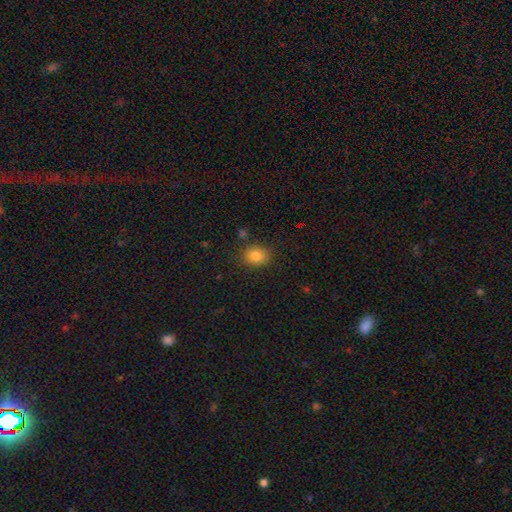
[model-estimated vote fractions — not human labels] A smooth galaxy with no disk features (82%) that is round (53%). Merging: none (83%).